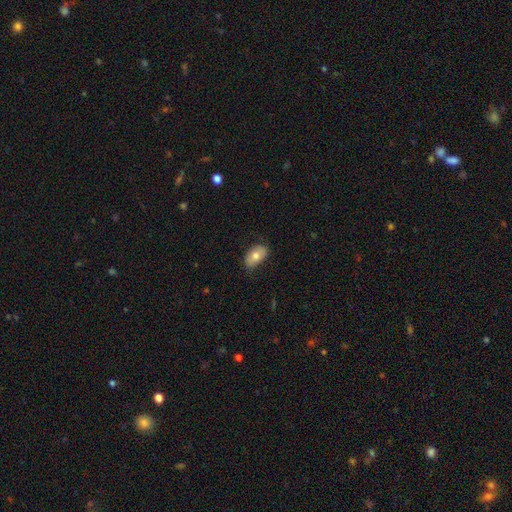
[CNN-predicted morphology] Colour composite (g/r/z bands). It shows a smooth galaxy with no disk features (73%) that is in between round and cigar-shaped (91%). Merging: none (72%).